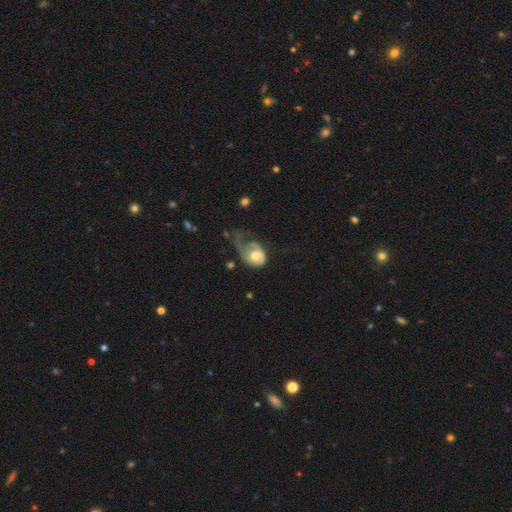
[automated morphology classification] type=smooth (51%); roundness=in between (62%); merging=major disturbance (62%).